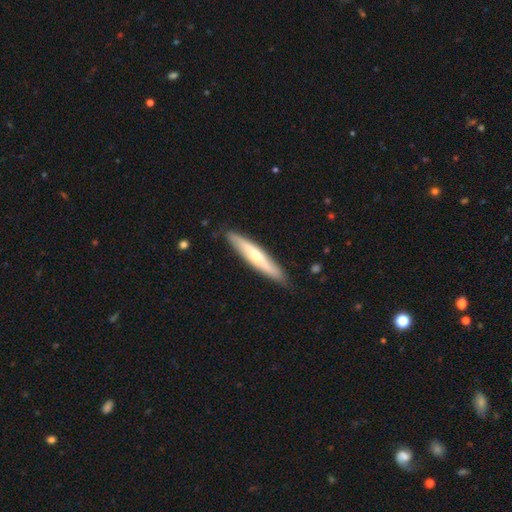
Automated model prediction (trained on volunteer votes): This appears to be a featured or disk galaxy (53%) viewed edge-on (86%). Merging: none (88%).